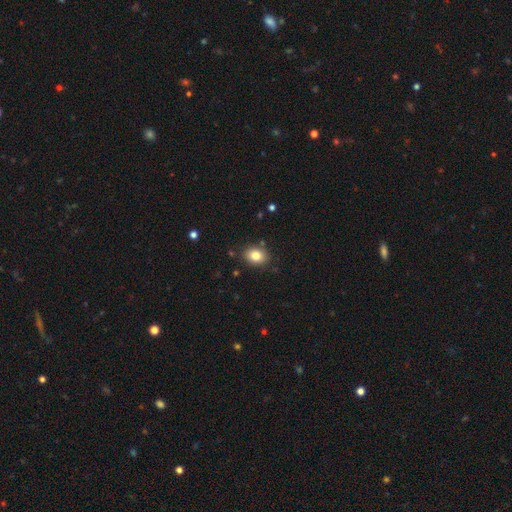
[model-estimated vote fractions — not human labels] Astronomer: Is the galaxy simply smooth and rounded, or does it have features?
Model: smooth — 82%.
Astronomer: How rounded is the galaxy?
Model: in between — 62%.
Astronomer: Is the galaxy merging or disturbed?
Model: none — 85%.